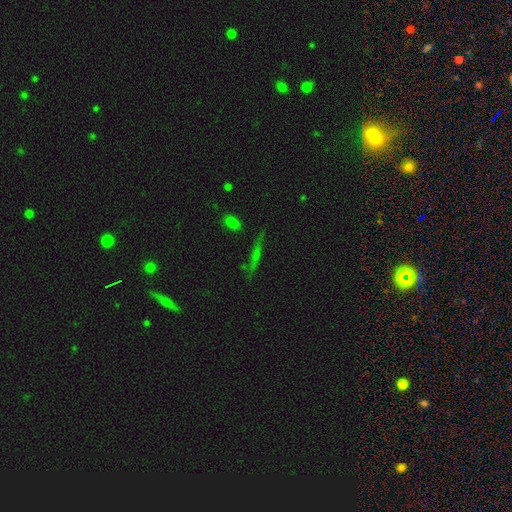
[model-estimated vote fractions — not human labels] Smooth or featured: smooth — 42% (featured or disk — 31%)
Merging: none — 73% (minor disturbance — 16%)